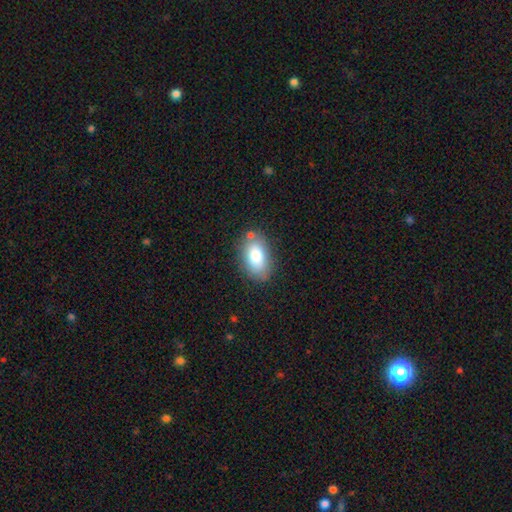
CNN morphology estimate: smooth 81%, featured or disk 11%, star or artifact 7%. Down the decision tree: how rounded — in between (92%); merging — none (75%).